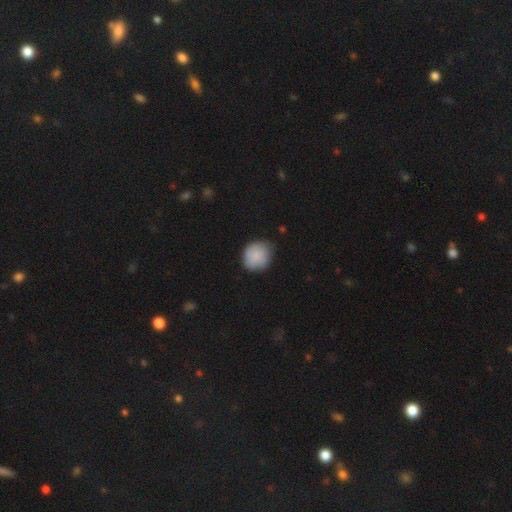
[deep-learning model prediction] Overall: smooth (86%). How rounded: round (81%). Merging: none (71%).